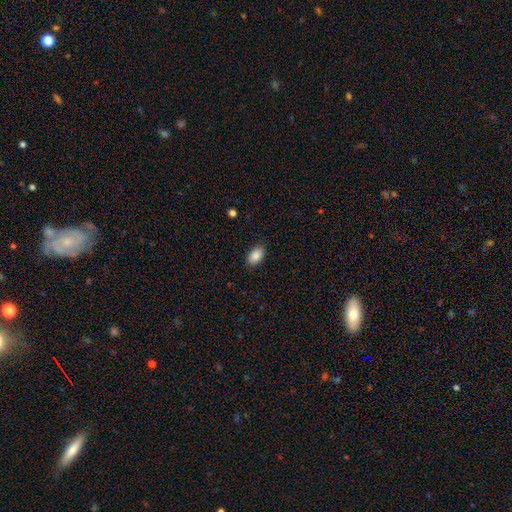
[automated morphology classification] type=smooth (88%); roundness=in between (92%); merging=none (87%).